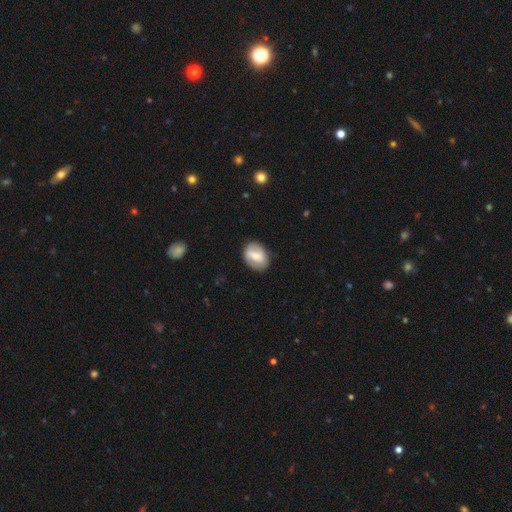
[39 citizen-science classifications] smooth_or_featured: smooth (p=0.51) [alt: featured or disk p=0.49]
how_rounded: in between (p=0.75) [alt: round p=0.25]
merging: none (p=0.87) [alt: major disturbance p=0.08]